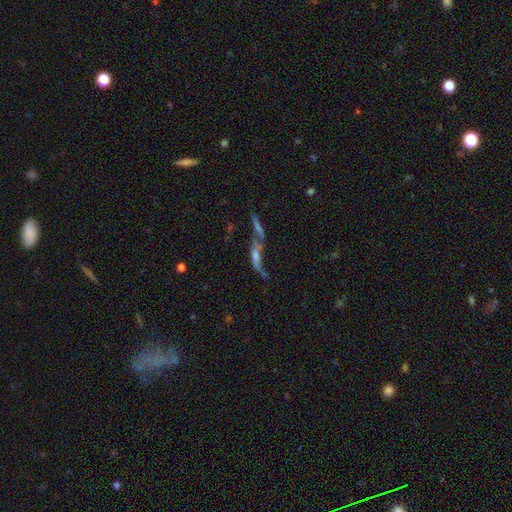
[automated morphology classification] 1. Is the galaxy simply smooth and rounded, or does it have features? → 51% featured or disk, 32% smooth, 17% star or artifact.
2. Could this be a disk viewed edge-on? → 59% no, 41% yes.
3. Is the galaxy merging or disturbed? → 52% merger, 20% none, 18% major disturbance, 10% minor disturbance.